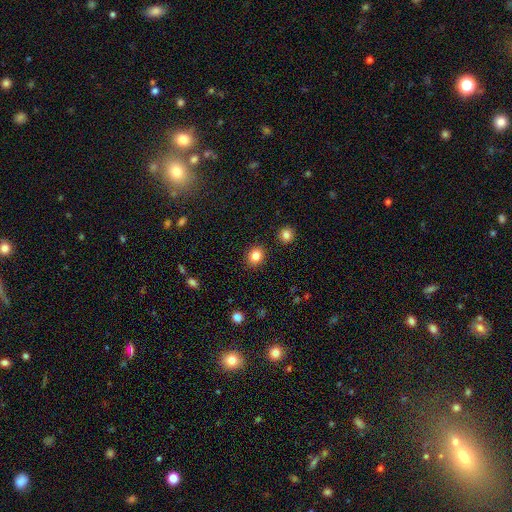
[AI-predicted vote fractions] Smooth or featured?
  - smooth: 84% *
  - star or artifact: 10%
  - featured or disk: 5%
How rounded?
  - round: 64% *
  - in between: 35%
  - cigar-shaped: 1%
Merging?
  - none: 89% *
  - minor disturbance: 7%
  - major disturbance: 2%
  - merger: 2%